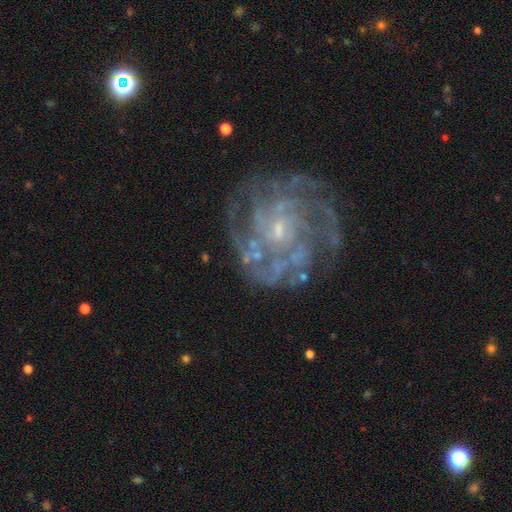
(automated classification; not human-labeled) smooth-or-featured: featured or disk: 87% | star or artifact: 7% | smooth: 6%
  disk-edge-on: no: 98% | yes: 2%
    bar: no: 50% | weak: 42% | strong: 8%
    has-spiral-arms: yes: 95% | no: 5%
      spiral-winding: tight: 62% | medium: 31% | loose: 7%
      spiral-arm-count: can't tell: 29% | 4: 25% | 3: 16% | more than 4: 12% | 2: 11% | 1: 7%
    bulge-size: small: 66% | moderate: 22% | none: 9% | large: 1% | dominant: 1%
  merging: none: 71% | minor disturbance: 16% | major disturbance: 11% | merger: 2%